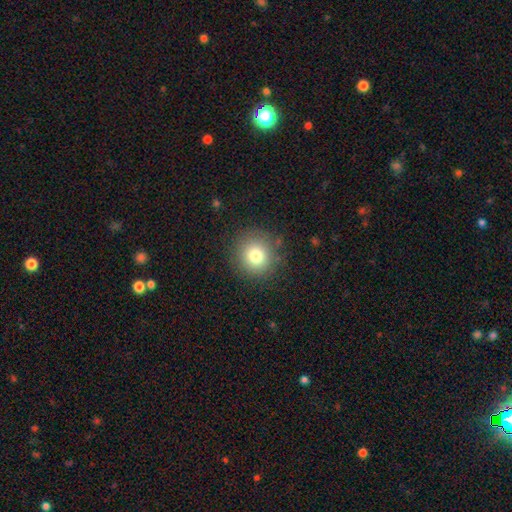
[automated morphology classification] Q: Smooth or featured?
A: smooth (78%); runner-up: star or artifact (12%)
Q: How rounded?
A: round (92%); runner-up: in between (7%)
Q: Merging?
A: none (86%); runner-up: minor disturbance (9%)